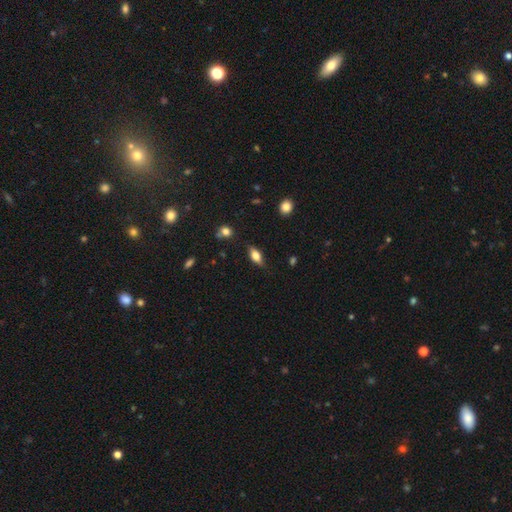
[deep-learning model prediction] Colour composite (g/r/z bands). It shows a smooth galaxy with no disk features (68%) that is in between round and cigar-shaped (79%). Merging: none (80%).